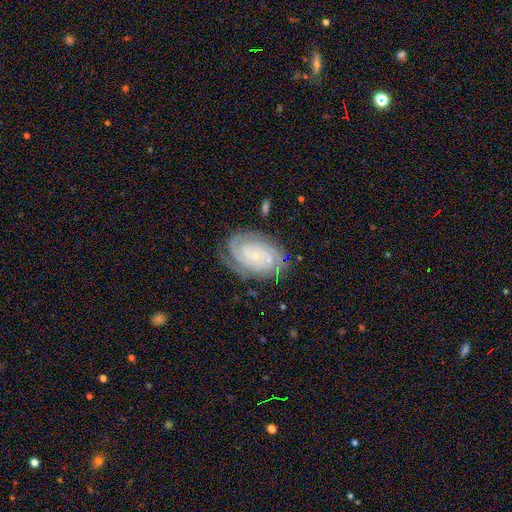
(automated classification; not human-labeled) smooth-or-featured: featured or disk: 85% | smooth: 9% | star or artifact: 6%
  disk-edge-on: no: 97% | yes: 3%
    bar: no: 74% | weak: 20% | strong: 6%
    has-spiral-arms: yes: 97% | no: 3%
      spiral-winding: tight: 79% | medium: 18% | loose: 3%
      spiral-arm-count: 2: 25% (tied) | can't tell: 25% (tied) | 3: 22% | 4: 15% | more than 4: 7% | 1: 6%
    bulge-size: small: 83% | moderate: 12% | none: 3% | large: 1% | dominant: 1%
  merging: none: 77% | minor disturbance: 16% | major disturbance: 5% | merger: 2%